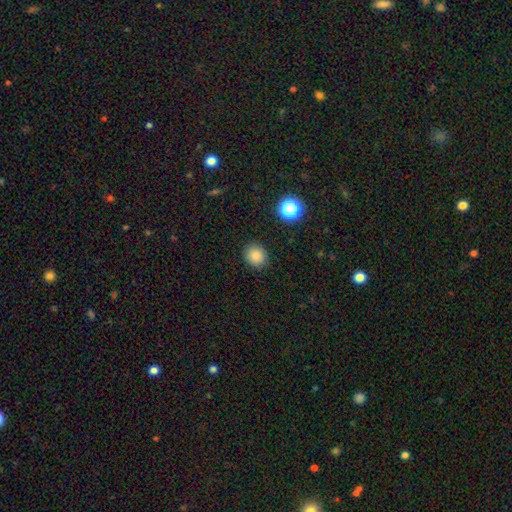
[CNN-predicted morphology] smooth 84%, star or artifact 12%, featured or disk 4%. Down the decision tree: how rounded — round (79%); merging — none (89%).